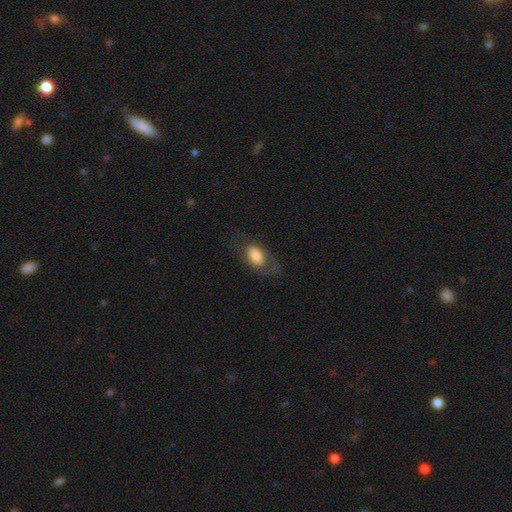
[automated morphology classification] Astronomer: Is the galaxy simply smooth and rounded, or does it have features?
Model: smooth — 67%.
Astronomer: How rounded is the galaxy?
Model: in between — 88%.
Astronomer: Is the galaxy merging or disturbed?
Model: none — 60%.